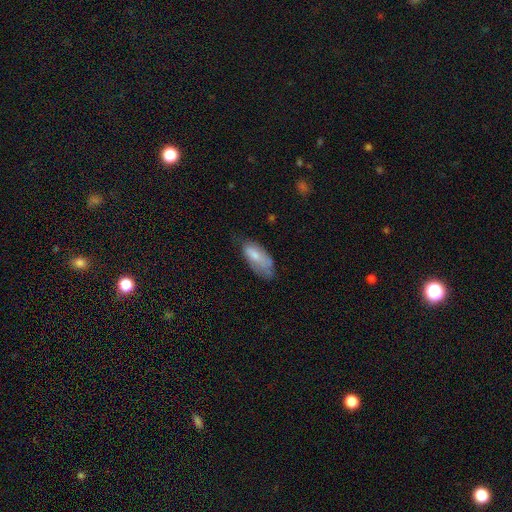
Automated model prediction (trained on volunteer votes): Overall: smooth (66%; featured or disk 27%). How rounded: in between (87%). Merging: none (42%; minor disturbance 38%).